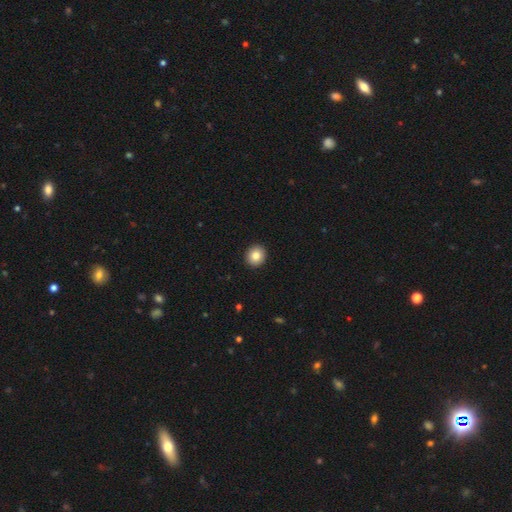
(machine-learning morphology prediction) This appears to be a smooth galaxy with no disk features (85%) that is round (86%). Merging: none (93%).